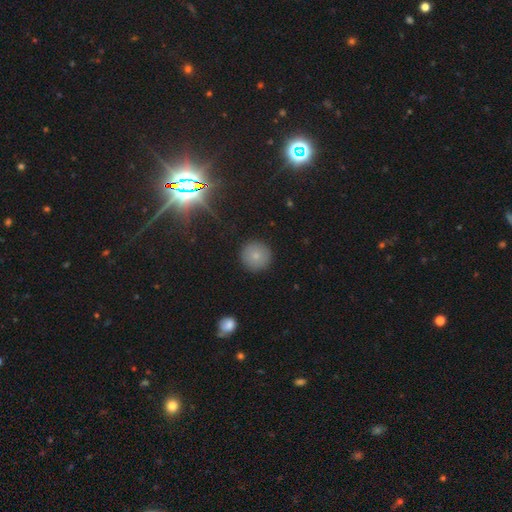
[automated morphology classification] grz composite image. It shows a smooth galaxy with no disk features (79%) that is round (95%). Merging: none (91%).